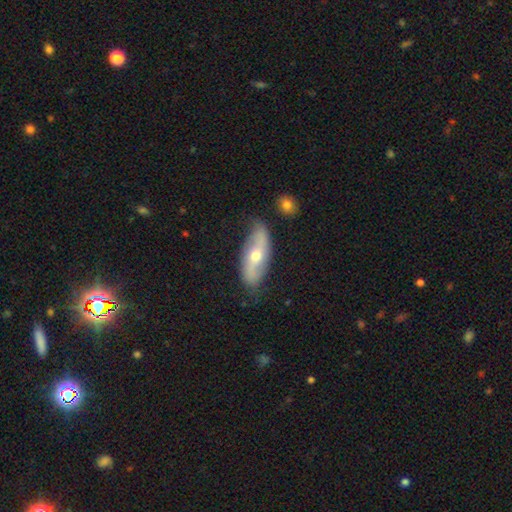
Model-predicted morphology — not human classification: smooth_or_featured: featured or disk (p=0.63) [alt: smooth p=0.31]
disk_edge_on: no (p=0.75) [alt: yes p=0.25]
merging: none (p=0.75) [alt: minor disturbance p=0.19]